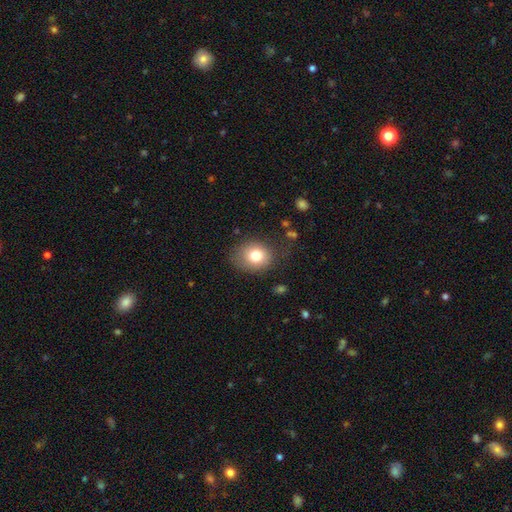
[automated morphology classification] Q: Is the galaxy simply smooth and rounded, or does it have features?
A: smooth — 79%.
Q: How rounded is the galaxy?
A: round — 59%.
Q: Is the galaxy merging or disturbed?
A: none — 72%.